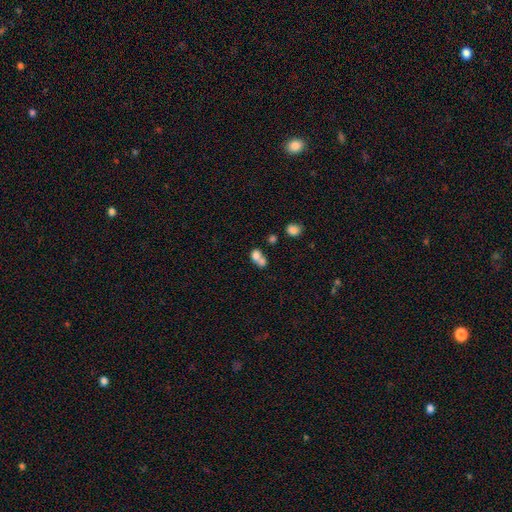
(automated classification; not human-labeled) Q: Smooth or featured?
A: smooth (73%); runner-up: featured or disk (16%)
Q: How rounded?
A: round (51%); runner-up: in between (47%)
Q: Merging?
A: merger (65%); runner-up: none (23%)